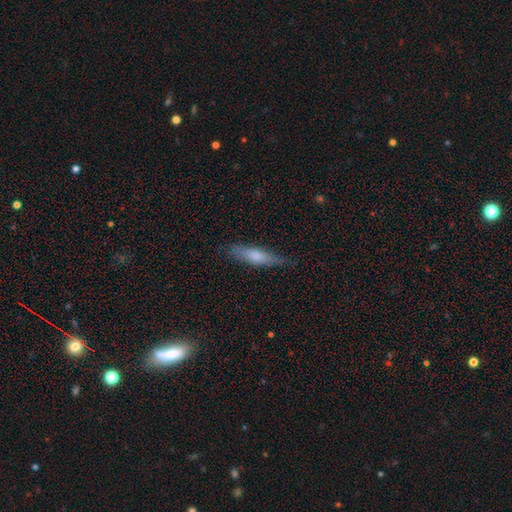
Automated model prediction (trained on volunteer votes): Q: Smooth or featured?
A: smooth (64%); runner-up: featured or disk (30%)
Q: How rounded?
A: cigar-shaped (75%); runner-up: in between (23%)
Q: Merging?
A: none (75%); runner-up: minor disturbance (20%)